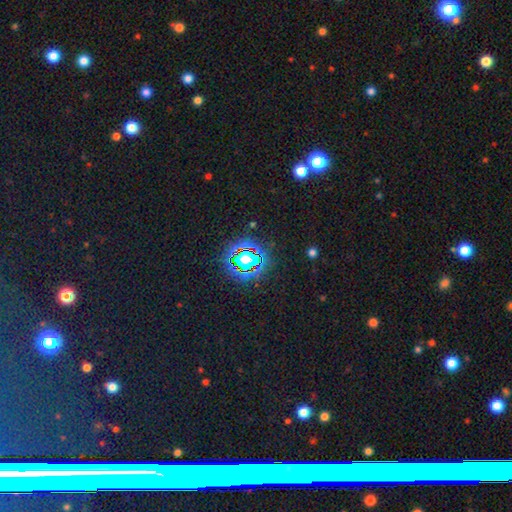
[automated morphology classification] Smooth or featured? Predicted: star or artifact (p=0.79).